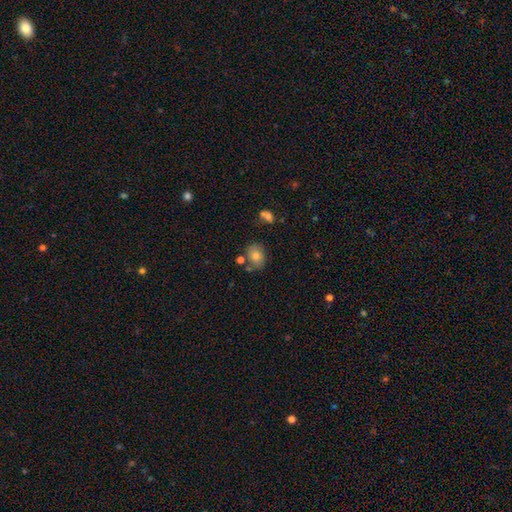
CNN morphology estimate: Smooth or featured? Predicted: smooth (p=0.69). How rounded? Predicted: in between (p=0.56). Merging? Predicted: none (p=0.61).